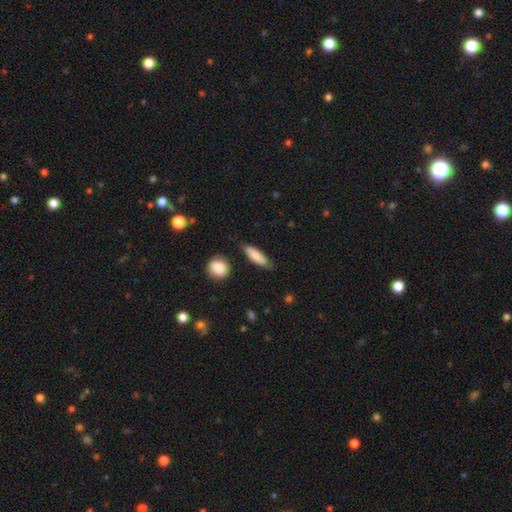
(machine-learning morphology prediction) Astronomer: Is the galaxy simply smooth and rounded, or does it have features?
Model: smooth — 81%.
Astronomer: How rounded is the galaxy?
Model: cigar-shaped — 54% (runner-up: in between, 43%).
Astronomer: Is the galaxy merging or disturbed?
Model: none — 75%.